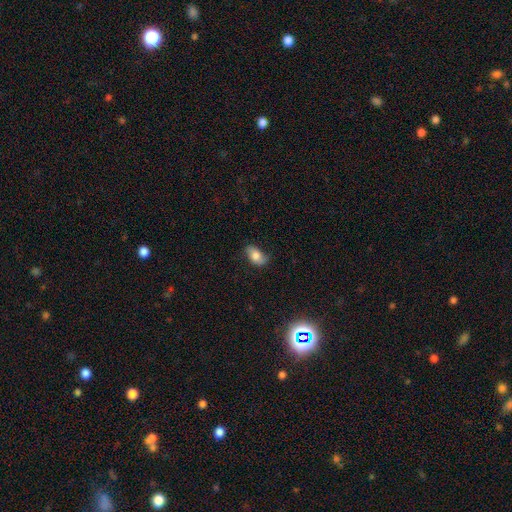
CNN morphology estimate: smooth-or-featured: smooth: 76% | featured or disk: 15% | star or artifact: 8%
  how-rounded: in between: 90% | round: 8% | cigar-shaped: 3%
  merging: none: 70% | minor disturbance: 23% | major disturbance: 5% | merger: 1%